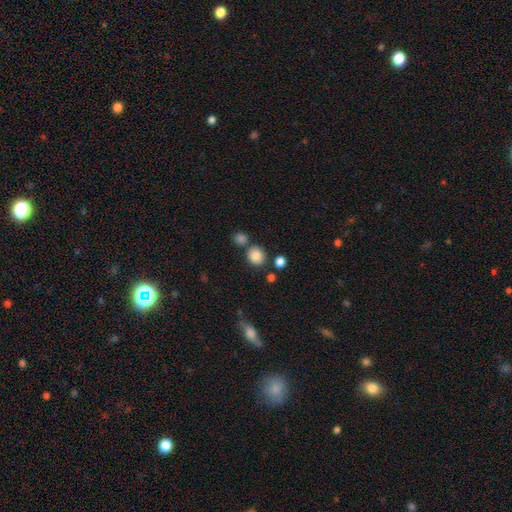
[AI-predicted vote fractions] Smooth or featured? Predicted: smooth (p=0.85). How rounded? Predicted: round (p=0.80). Merging? Predicted: none (p=0.73).